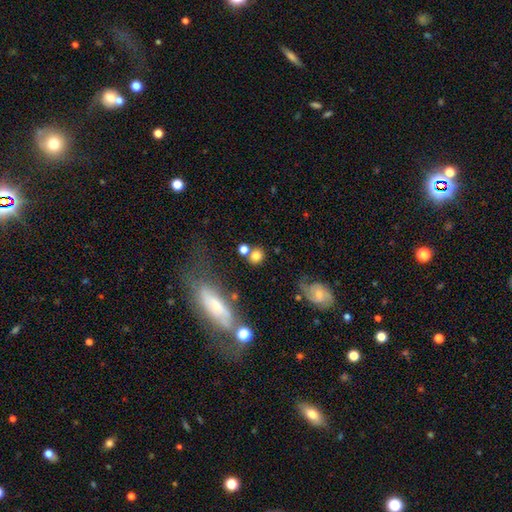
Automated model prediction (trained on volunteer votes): Q: Smooth or featured?
A: smooth (77%); runner-up: featured or disk (12%)
Q: How rounded?
A: round (81%); runner-up: in between (17%)
Q: Merging?
A: none (65%); runner-up: merger (19%)